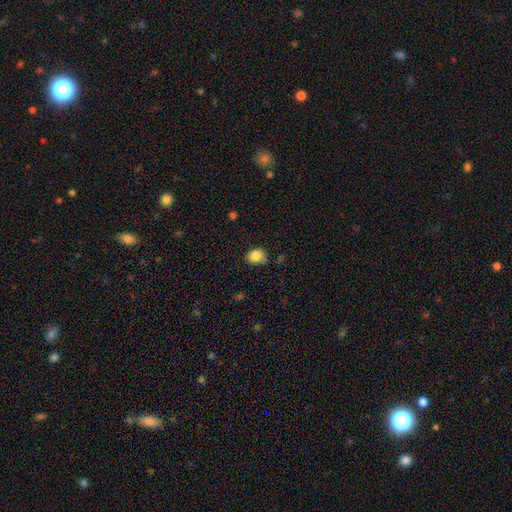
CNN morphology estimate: Smooth or featured? smooth (85%)
How rounded? round (62%)
Merging? none (67%)